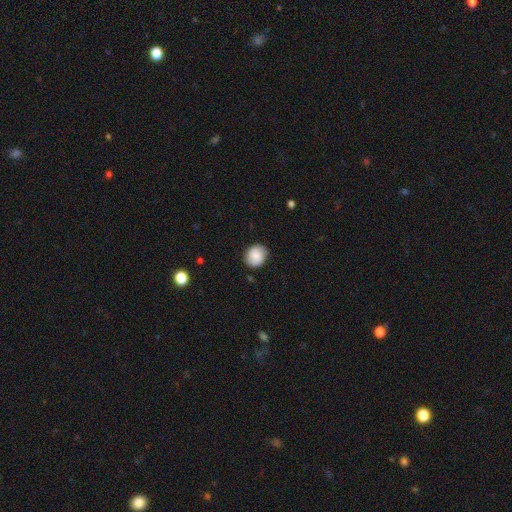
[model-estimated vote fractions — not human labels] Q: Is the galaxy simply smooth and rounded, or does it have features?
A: smooth — 83%.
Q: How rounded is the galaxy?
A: round — 70%.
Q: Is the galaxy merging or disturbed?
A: none — 83%.